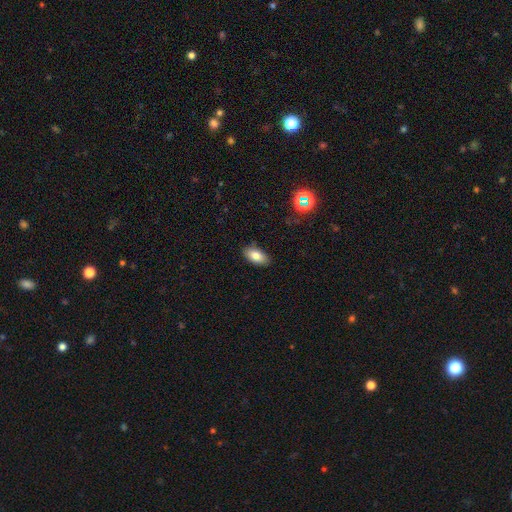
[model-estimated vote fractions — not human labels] Smooth or featured: smooth — 81% (featured or disk — 10%)
How rounded: in between — 92% (cigar-shaped — 4%)
Merging: none — 86% (minor disturbance — 11%)